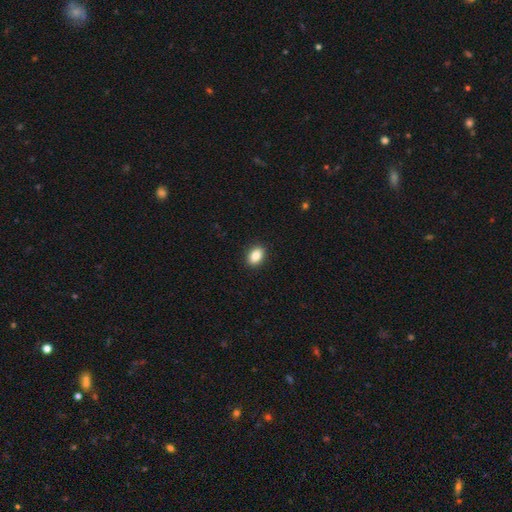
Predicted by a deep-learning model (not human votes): Smooth or featured? smooth (87%)
How rounded? in between (83%)
Merging? none (91%)